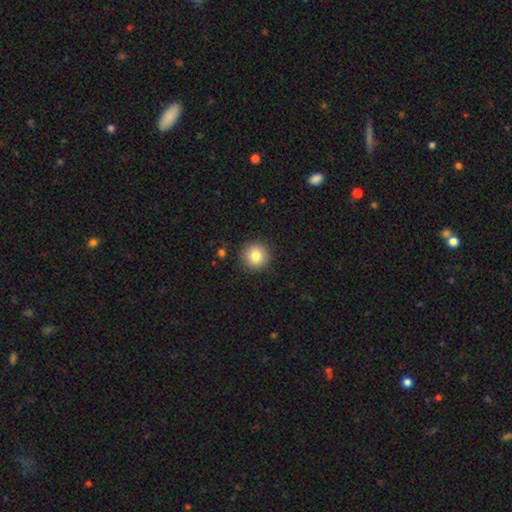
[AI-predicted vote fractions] Smooth or featured: smooth — 83% (star or artifact — 10%)
How rounded: round — 94% (in between — 5%)
Merging: none — 91% (minor disturbance — 6%)